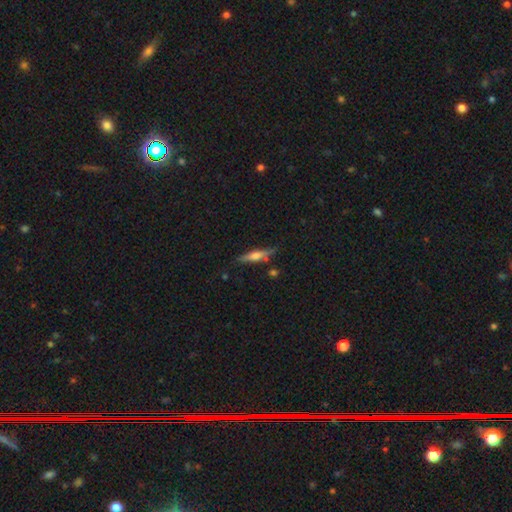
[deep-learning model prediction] This appears to be a featured or disk galaxy (53%) viewed edge-on (95%) with a rounded central bulge (81%). Merging: none (78%).